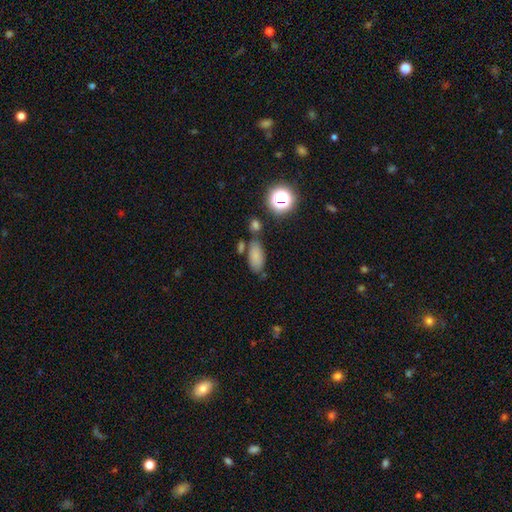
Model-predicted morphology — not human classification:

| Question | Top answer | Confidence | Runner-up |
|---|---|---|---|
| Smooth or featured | smooth | 78% | star or artifact (14%) |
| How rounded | in between | 87% | cigar-shaped (8%) |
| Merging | none | 64% | minor disturbance (16%) |